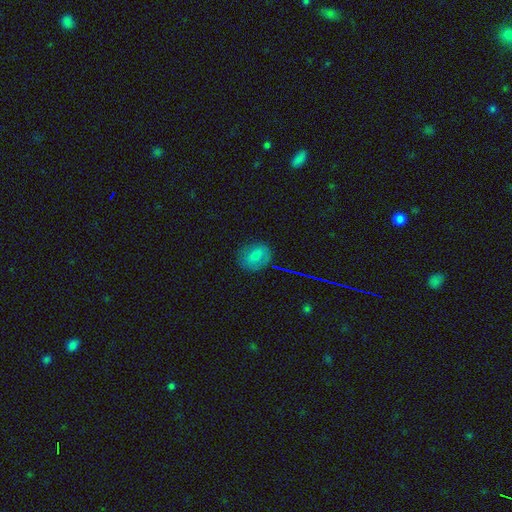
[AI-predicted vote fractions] The model was most divided on "how rounded": round: 51%, in between: 48%, cigar-shaped: 2%. More confident: merging — none (78%); smooth or featured — smooth (68%).